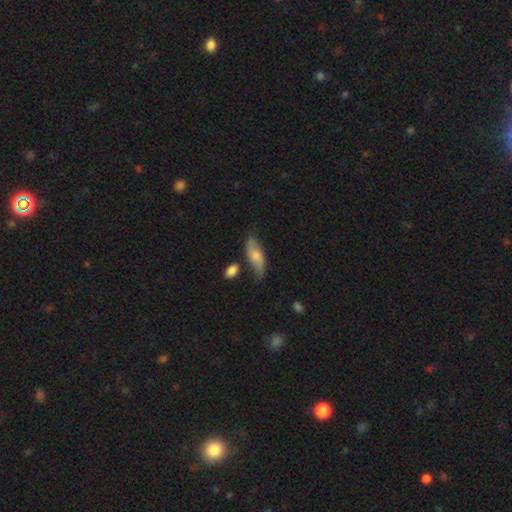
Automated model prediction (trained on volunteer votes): smooth-or-featured: smooth: 60% | featured or disk: 34% | star or artifact: 7%
  how-rounded: in between: 77% | cigar-shaped: 20% | round: 3%
  merging: none: 61% | minor disturbance: 25% | merger: 7% | major disturbance: 6%